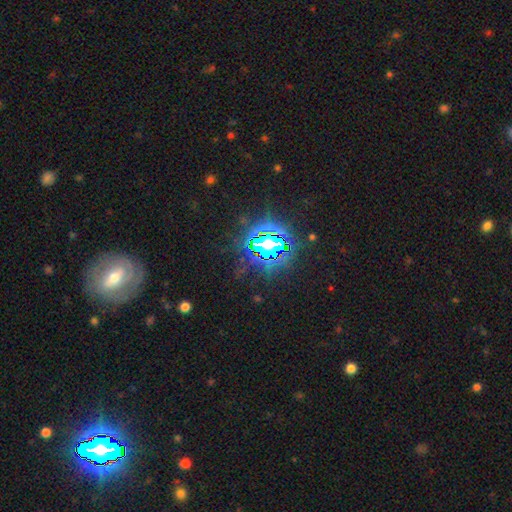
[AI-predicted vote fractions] A star or artifact, not a galaxy (79%).